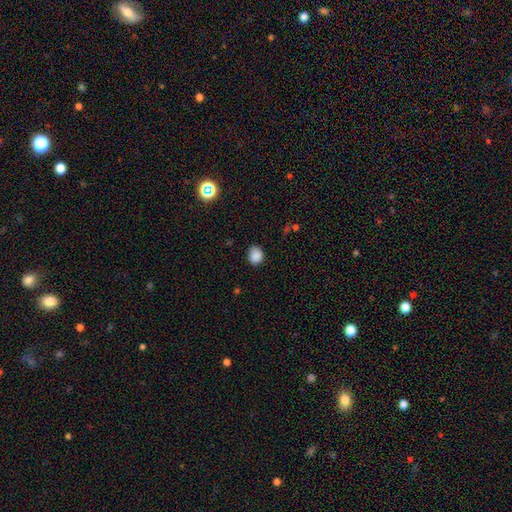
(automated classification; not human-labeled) A smooth galaxy with no disk features (87%) that is round (75%).

Vote fractions:
- Smooth or featured? smooth: 87% / star or artifact: 10% / featured or disk: 3%
- How rounded? round: 75% / in between: 24% / cigar-shaped: 1%
- Merging? none: 83% / minor disturbance: 12% / major disturbance: 3% / merger: 1%